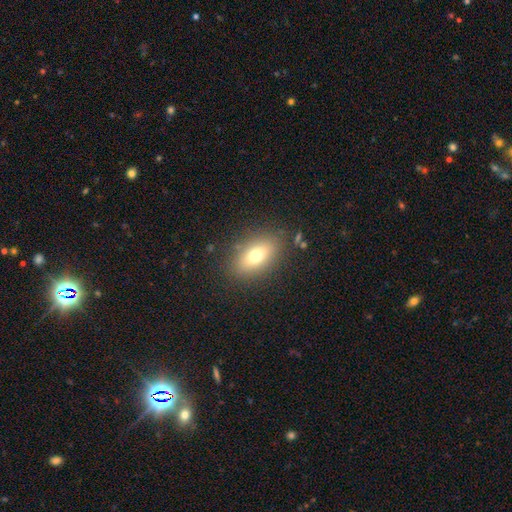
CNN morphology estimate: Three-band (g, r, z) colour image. It shows a smooth galaxy with no disk features (71%) that is in between round and cigar-shaped (84%). Merging: none (84%).